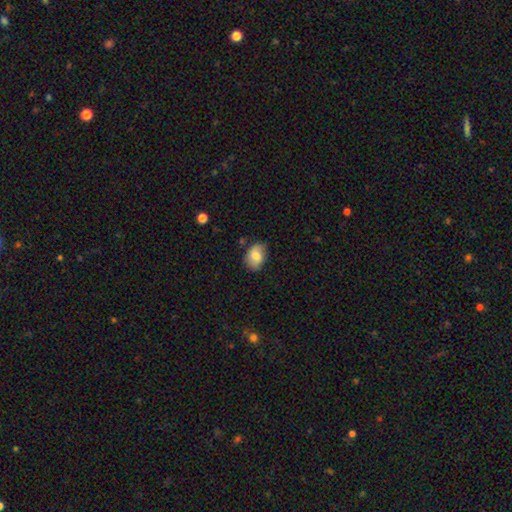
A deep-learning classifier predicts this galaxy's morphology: Smooth or featured? smooth (75%)
How rounded? in between (77%)
Merging? none (69%)